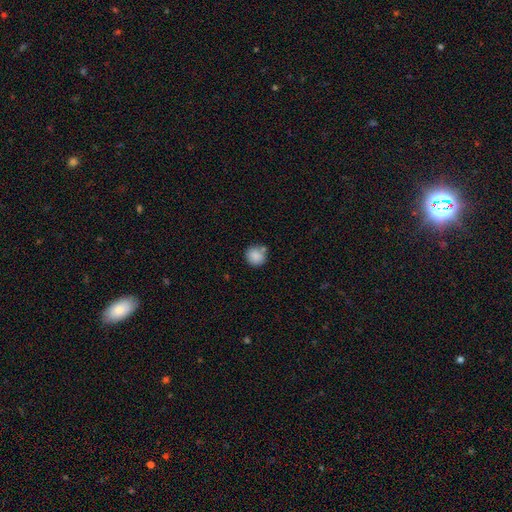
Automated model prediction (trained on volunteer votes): Q: Smooth or featured?
A: smooth (87%); runner-up: star or artifact (8%)
Q: How rounded?
A: round (91%); runner-up: in between (8%)
Q: Merging?
A: none (72%); runner-up: minor disturbance (12%)